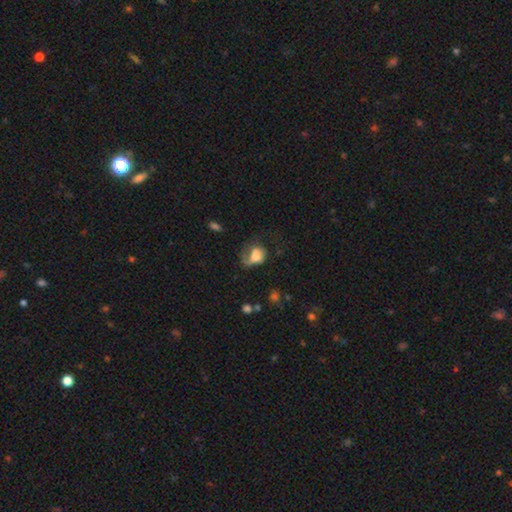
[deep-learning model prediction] Smooth or featured? smooth (59%)
How rounded? in between (67%)
Merging? major disturbance (46%)